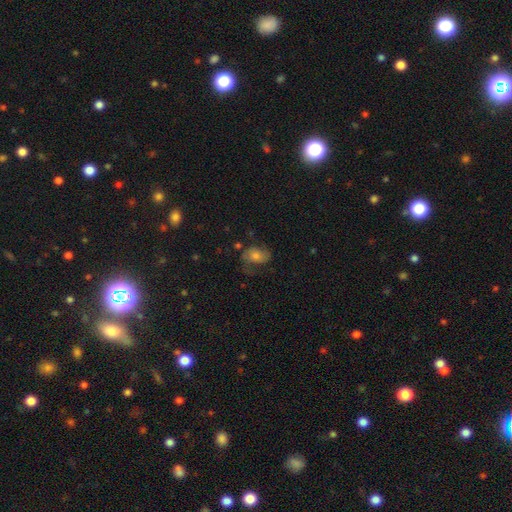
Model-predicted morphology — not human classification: This appears to be a smooth galaxy with no disk features (46%). Merging: none (51%).